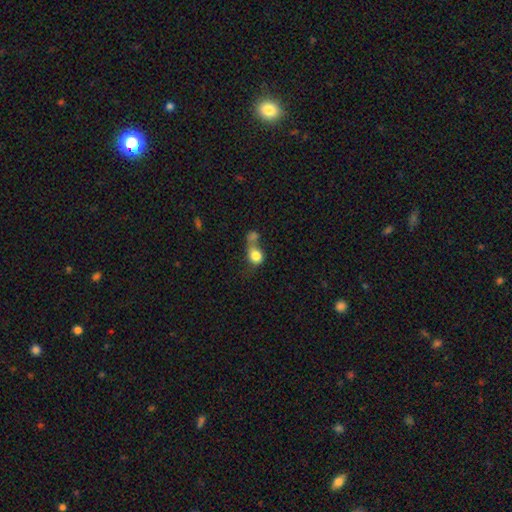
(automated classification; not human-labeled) smooth_or_featured: smooth (p=0.79) [alt: featured or disk p=0.12]
how_rounded: round (p=0.68) [alt: in between p=0.31]
merging: merger (p=0.54) [alt: none p=0.22]